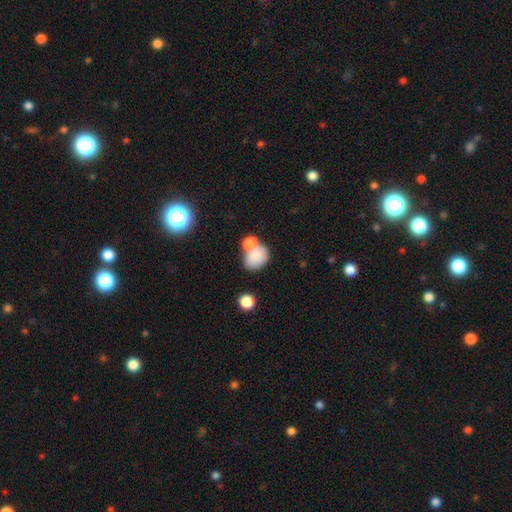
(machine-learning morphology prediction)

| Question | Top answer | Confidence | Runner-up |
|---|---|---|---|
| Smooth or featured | smooth | 79% | featured or disk (11%) |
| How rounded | in between | 69% | round (29%) |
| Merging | none | 41% | merger (40%) |